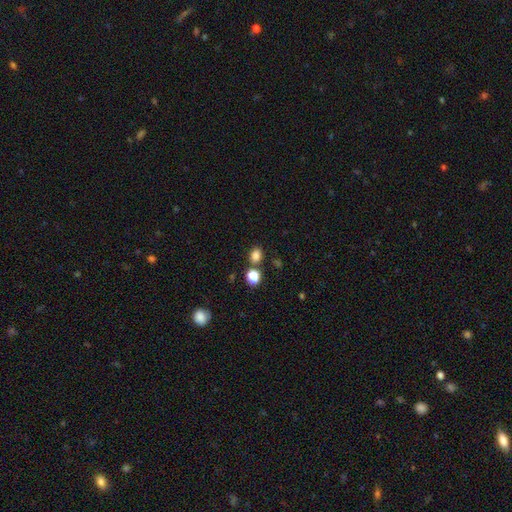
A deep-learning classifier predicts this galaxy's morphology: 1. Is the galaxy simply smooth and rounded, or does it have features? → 81% smooth, 15% star or artifact, 5% featured or disk.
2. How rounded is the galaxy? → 54% round, 45% in between, 1% cigar-shaped.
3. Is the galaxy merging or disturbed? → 75% none, 12% merger, 10% minor disturbance, 3% major disturbance.